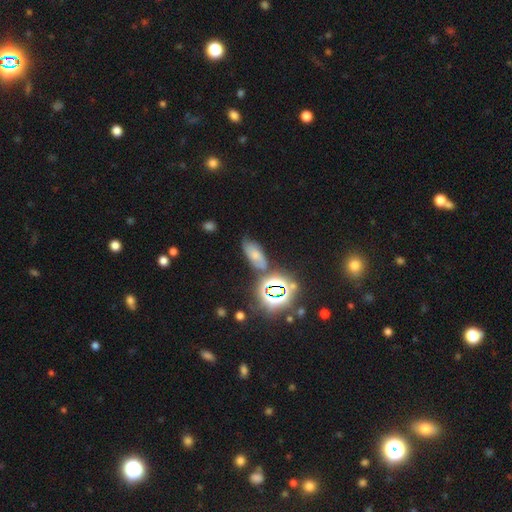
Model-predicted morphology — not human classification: Smooth or featured?
  - smooth: 48% *
  - star or artifact: 32%
  - featured or disk: 20%
Merging?
  - none: 63% *
  - minor disturbance: 20%
  - merger: 9%
  - major disturbance: 8%